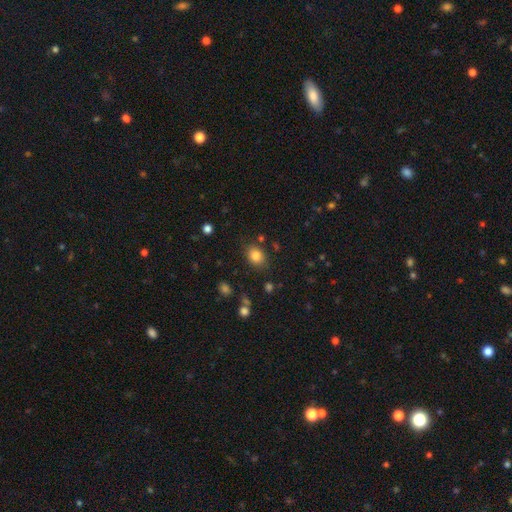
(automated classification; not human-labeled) Smooth or featured? Predicted: smooth (p=0.83). How rounded? Predicted: in between (p=0.61). Merging? Predicted: none (p=0.81).